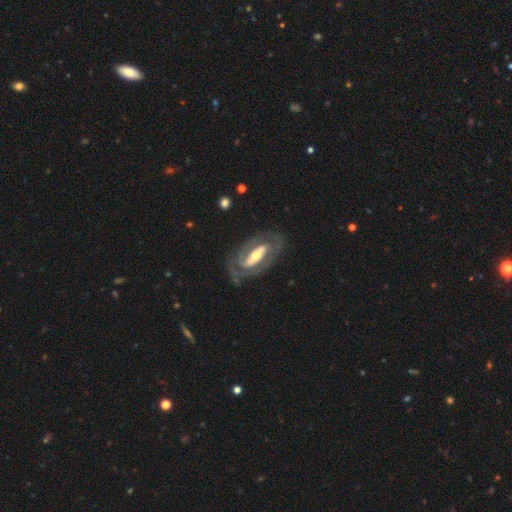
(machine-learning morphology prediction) smooth-or-featured: featured or disk: 80% | smooth: 16% | star or artifact: 4%
  disk-edge-on: no: 91% | yes: 9%
    bar: strong: 43% | no: 34% | weak: 23%
    has-spiral-arms: yes: 69% | no: 31%
      spiral-winding: tight: 55% | medium: 32% | loose: 13%
      spiral-arm-count: 2: 72% | can't tell: 17% | 1: 6% | 3: 3% | 4: 1% | more than 4: 1%
    bulge-size: moderate: 62% | small: 25% | large: 11% | dominant: 1% | none: 1%
  merging: none: 74% | minor disturbance: 15% | major disturbance: 9% | merger: 2%